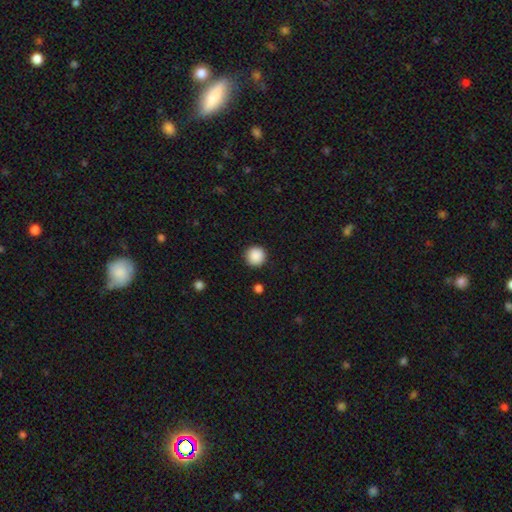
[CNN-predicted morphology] smooth-or-featured: smooth: 89% | star or artifact: 9% | featured or disk: 2%
  how-rounded: round: 95% | in between: 4% | cigar-shaped: 1%
  merging: none: 91% | minor disturbance: 6% | major disturbance: 2% | merger: 1%